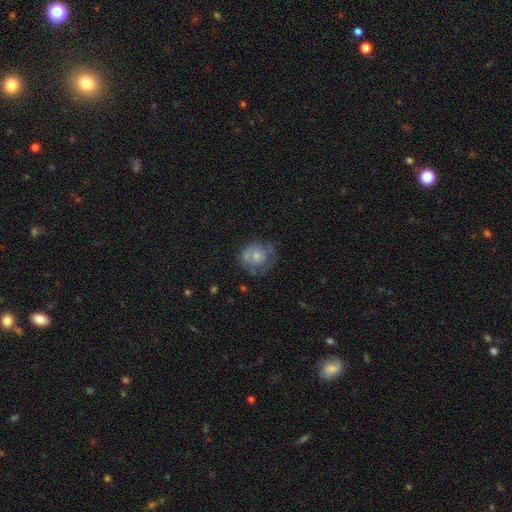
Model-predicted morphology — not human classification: Smooth or featured? smooth (52%)
How rounded? round (80%)
Merging? none (53%)